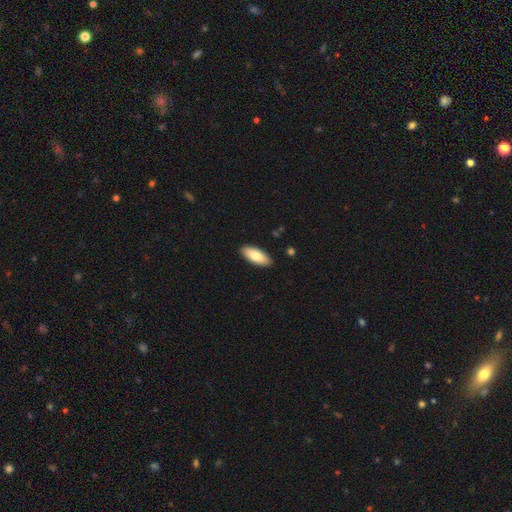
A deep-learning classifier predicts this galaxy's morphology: Overall: smooth (79%). How rounded: in between (83%). Merging: none (90%).